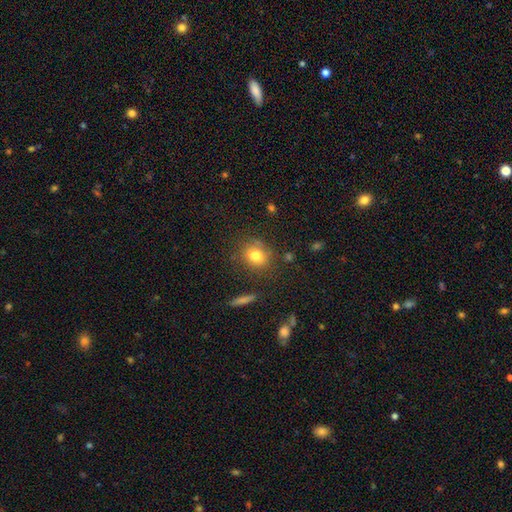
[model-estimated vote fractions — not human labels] This is likely a smooth galaxy (79%). How rounded: likely round (68%). Merging: likely none (77%).